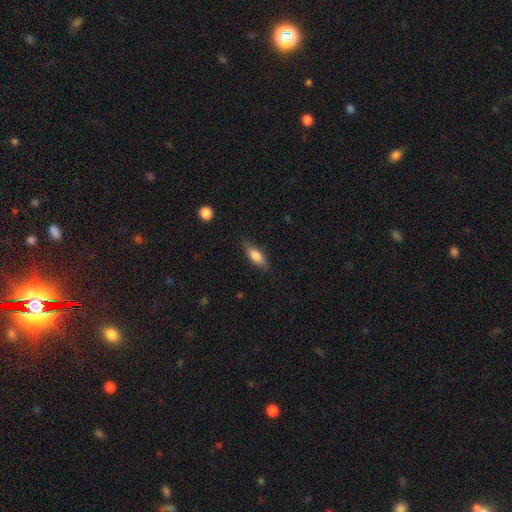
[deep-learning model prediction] Smooth or featured: smooth — 76% (featured or disk — 17%)
How rounded: in between — 66% (cigar-shaped — 32%)
Merging: none — 81% (minor disturbance — 15%)